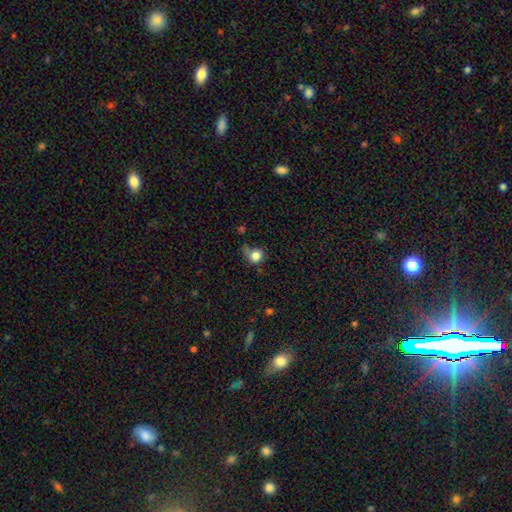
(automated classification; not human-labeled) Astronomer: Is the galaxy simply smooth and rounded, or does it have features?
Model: smooth — 82%.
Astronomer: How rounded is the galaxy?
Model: round — 75%.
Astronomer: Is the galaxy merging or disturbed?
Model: none — 40% (runner-up: minor disturbance, 33%).